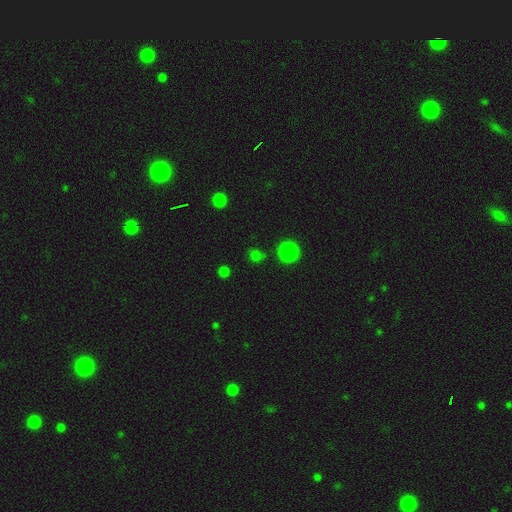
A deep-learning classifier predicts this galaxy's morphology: Smooth or featured? smooth (74%)
How rounded? round (90%)
Merging? none (85%)